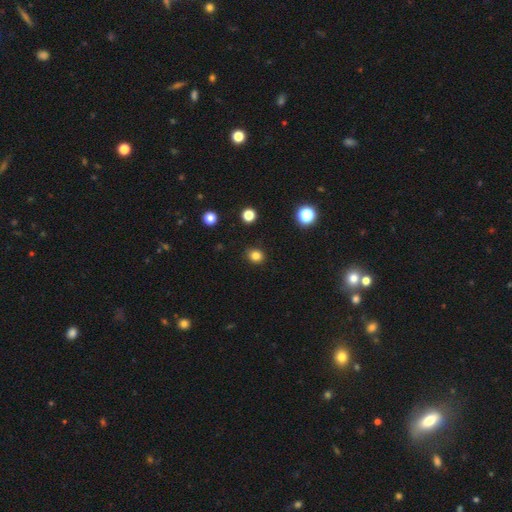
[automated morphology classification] The model was most divided on "how rounded": round: 78%, in between: 21%, cigar-shaped: 1%. More confident: merging — none (89%); smooth or featured — smooth (83%).